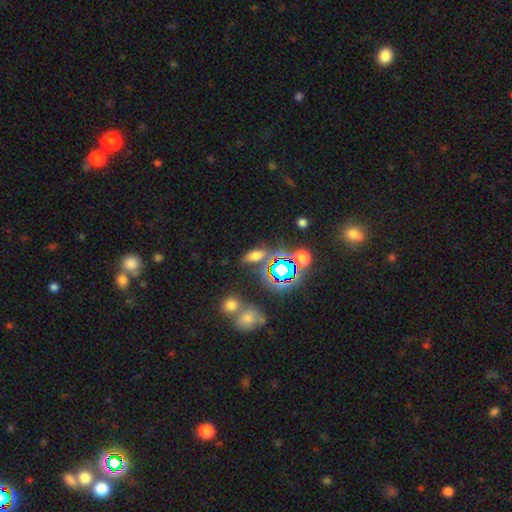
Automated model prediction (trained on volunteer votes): Smooth or featured? smooth (55%)
How rounded? in between (71%)
Merging? none (71%)